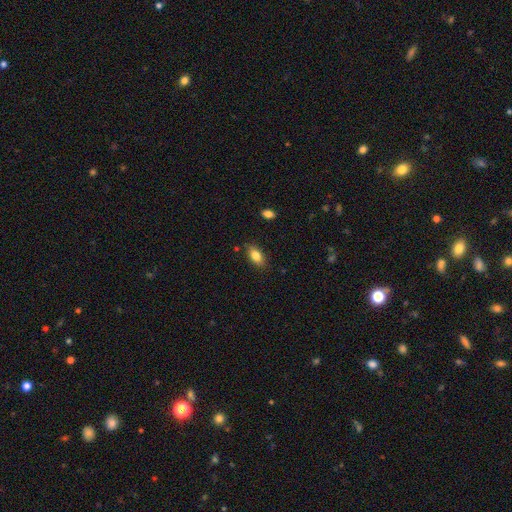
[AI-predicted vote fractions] Smooth or featured?
  - smooth: 83% *
  - featured or disk: 9%
  - star or artifact: 8%
How rounded?
  - in between: 89% *
  - round: 6%
  - cigar-shaped: 6%
Merging?
  - none: 83% *
  - minor disturbance: 13%
  - major disturbance: 3%
  - merger: 2%